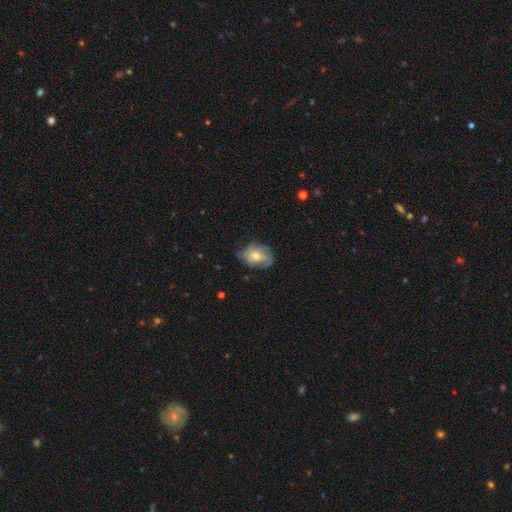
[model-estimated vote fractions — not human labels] Smooth or featured? Predicted: featured or disk (p=0.55). Edge-on disk? Predicted: no (p=0.95). Bar? Predicted: no (p=0.66). Spiral arms? Predicted: yes (p=0.76). Bulge size? Predicted: moderate (p=0.64). Merging? Predicted: none (p=0.61).